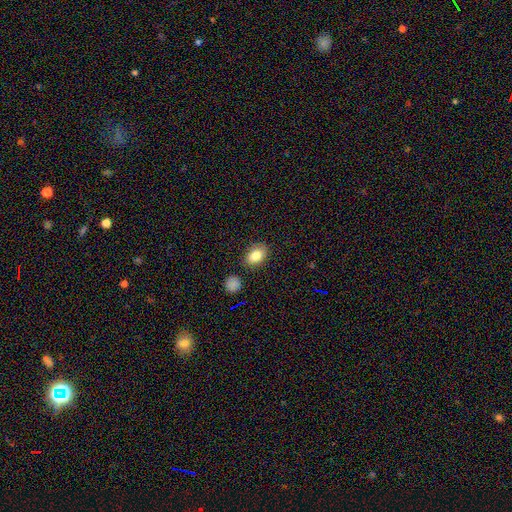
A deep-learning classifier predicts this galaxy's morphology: type=smooth (83%); roundness=in between (78%); merging=none (83%).